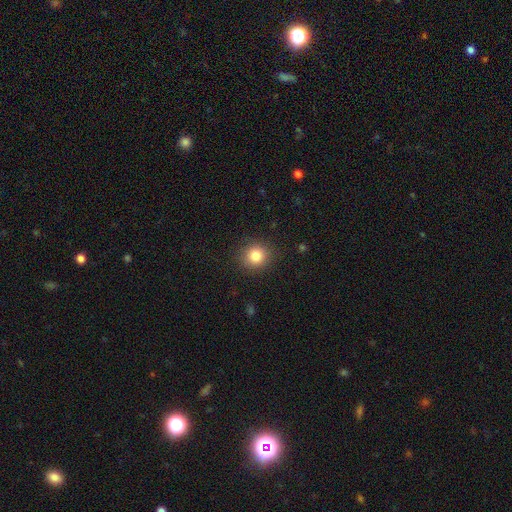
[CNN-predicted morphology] This is clearly a smooth galaxy (83%). How rounded: clearly round (87%). Merging: clearly none (89%).